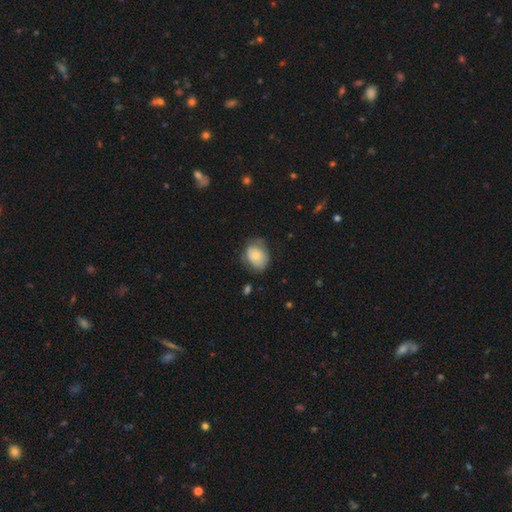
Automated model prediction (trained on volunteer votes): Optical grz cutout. It shows a smooth galaxy with no disk features (71%) that is in between round and cigar-shaped (61%). Merging: none (54%).